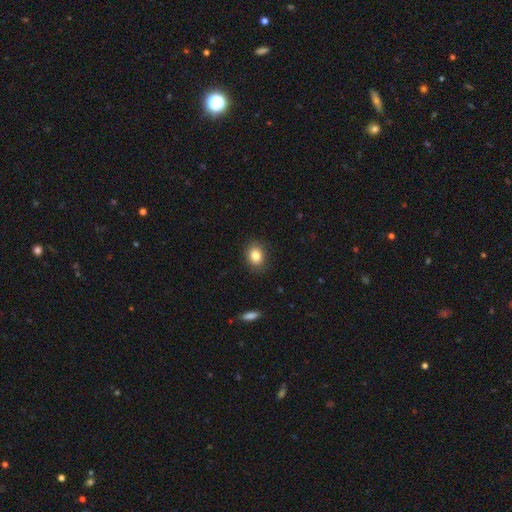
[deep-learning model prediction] This is clearly a smooth galaxy (83%). How rounded: possibly in between (54%). Merging: clearly none (87%).